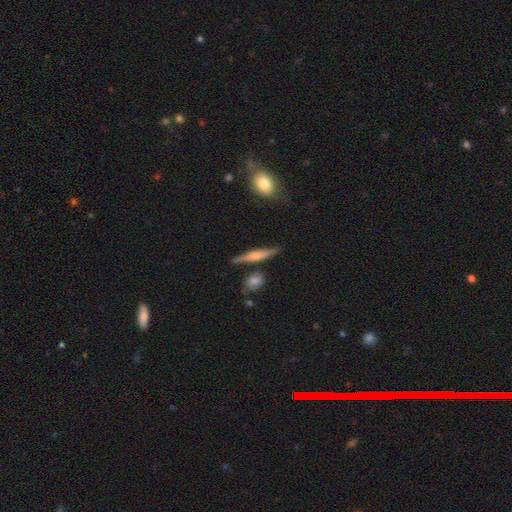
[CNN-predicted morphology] Smooth or featured?
  - featured or disk: 55% *
  - smooth: 38%
  - star or artifact: 6%
Edge-on disk?
  - yes: 95% *
  - no: 5%
Edge-on bulge?
  - rounded: 73% *
  - boxy: 15%
  - none: 12%
Merging?
  - none: 81% *
  - minor disturbance: 11%
  - merger: 5%
  - major disturbance: 3%